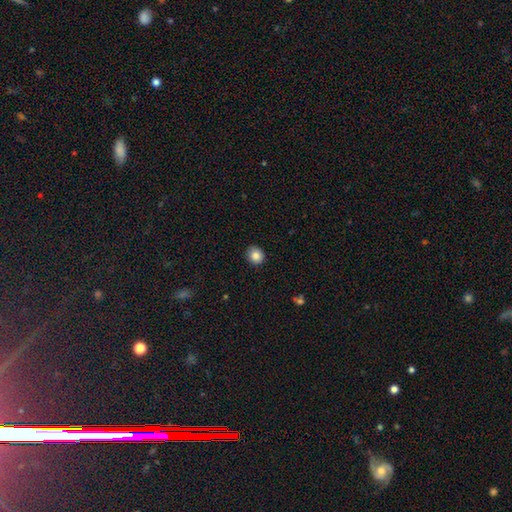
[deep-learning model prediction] A smooth galaxy with no disk features (85%) that is round (81%).

Vote fractions:
- Smooth or featured? smooth: 85% / star or artifact: 10% / featured or disk: 6%
- How rounded? round: 81% / in between: 18% / cigar-shaped: 1%
- Merging? none: 90% / minor disturbance: 8% / major disturbance: 2% / merger: 1%